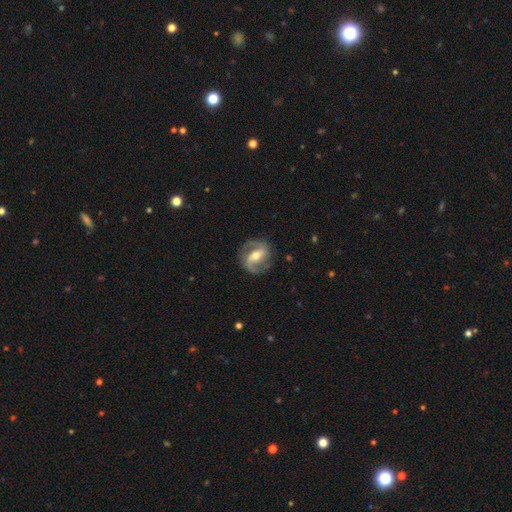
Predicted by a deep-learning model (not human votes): Smooth or featured? featured or disk (88%)
Edge-on disk? no (97%)
Bar? strong (46%)
Spiral arms? yes (94%)
Spiral winding? medium (52%)
Spiral arm count? 2 (92%)
Bulge size? moderate (66%)
Merging? none (84%)